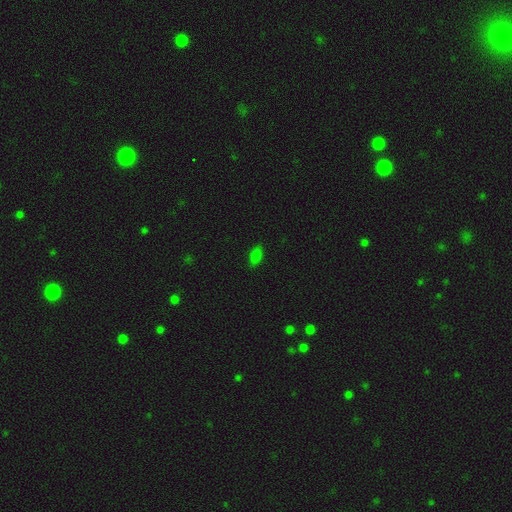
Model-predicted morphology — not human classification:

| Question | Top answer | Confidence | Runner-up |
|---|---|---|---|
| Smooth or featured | smooth | 79% | star or artifact (15%) |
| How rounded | in between | 87% | cigar-shaped (8%) |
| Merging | none | 87% | minor disturbance (10%) |